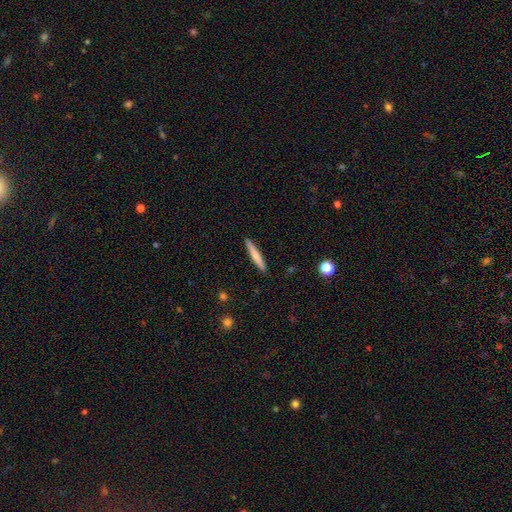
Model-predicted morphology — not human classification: Q: Smooth or featured?
A: smooth (64%); runner-up: featured or disk (31%)
Q: How rounded?
A: cigar-shaped (95%); runner-up: in between (4%)
Q: Merging?
A: none (91%); runner-up: minor disturbance (7%)